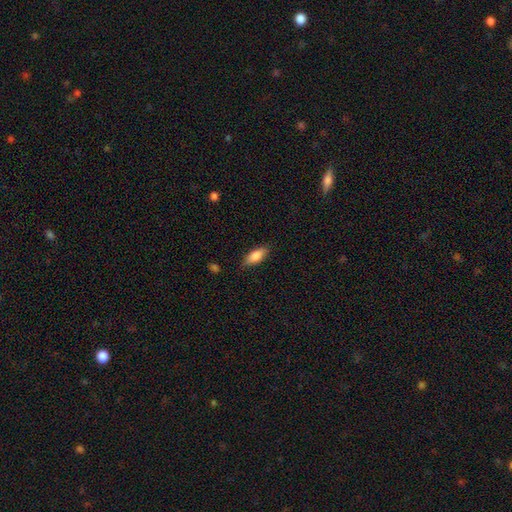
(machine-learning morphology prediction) A smooth galaxy with no disk features (83%) that is in between round and cigar-shaped (78%).

Vote fractions:
- Smooth or featured? smooth: 83% / featured or disk: 10% / star or artifact: 6%
- How rounded? in between: 78% / cigar-shaped: 20% / round: 2%
- Merging? none: 83% / minor disturbance: 13% / major disturbance: 3% / merger: 1%